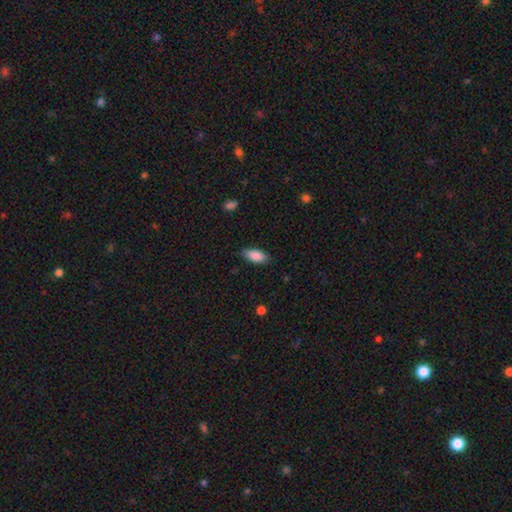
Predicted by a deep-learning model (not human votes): This is clearly a smooth galaxy (86%). How rounded: clearly in between (88%). Merging: likely none (80%).